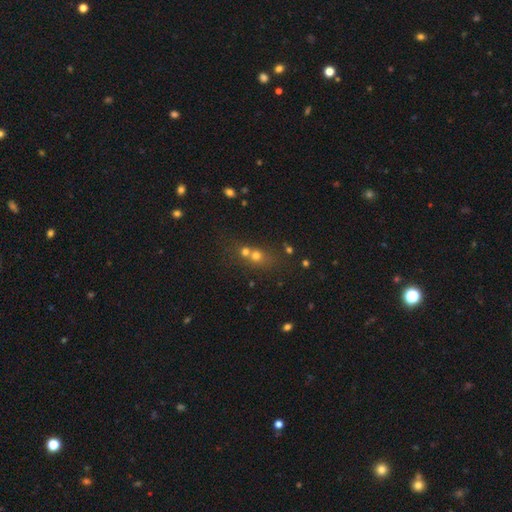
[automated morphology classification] A smooth galaxy with no disk features (64%) that is round (74%).

Vote fractions:
- Smooth or featured? smooth: 64% / star or artifact: 20% / featured or disk: 16%
- How rounded? round: 74% / in between: 24% / cigar-shaped: 2%
- Merging? merger: 54% / none: 35% / minor disturbance: 7% / major disturbance: 4%